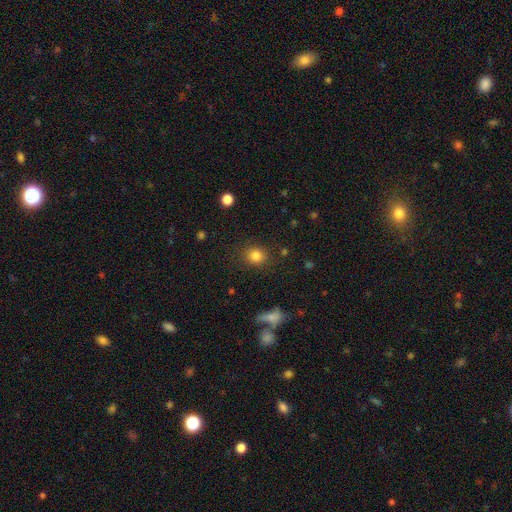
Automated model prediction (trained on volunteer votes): This is clearly a smooth galaxy (83%). How rounded: likely round (80%). Merging: clearly none (86%).